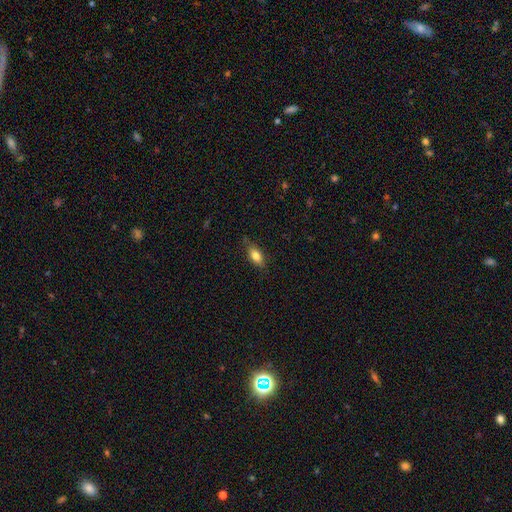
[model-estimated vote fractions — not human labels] smooth_or_featured: smooth (p=0.79) [alt: featured or disk p=0.13]
how_rounded: in between (p=0.84) [alt: cigar-shaped p=0.12]
merging: none (p=0.75) [alt: minor disturbance p=0.20]